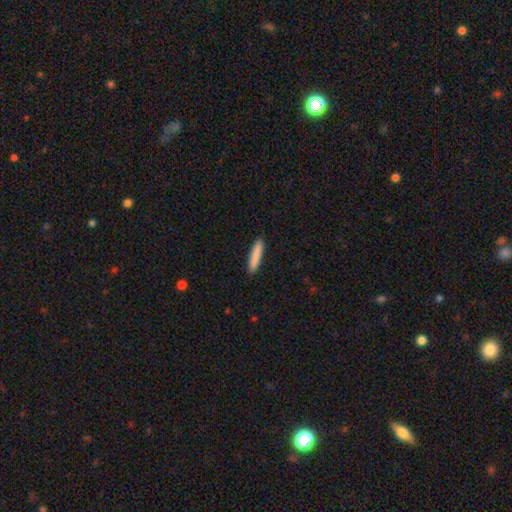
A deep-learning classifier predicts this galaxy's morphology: smooth_or_featured: smooth (p=0.86) [alt: featured or disk p=0.08]
how_rounded: cigar-shaped (p=0.90) [alt: in between p=0.09]
merging: none (p=0.90) [alt: minor disturbance p=0.07]